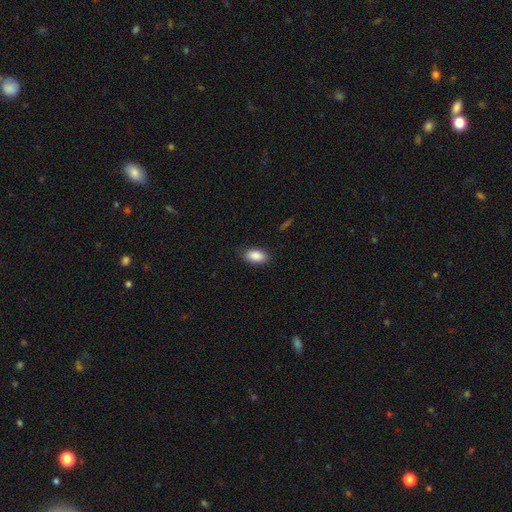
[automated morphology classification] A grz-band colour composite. It shows a smooth galaxy with no disk features (90%) that is in between round and cigar-shaped (93%). Merging: none (87%).